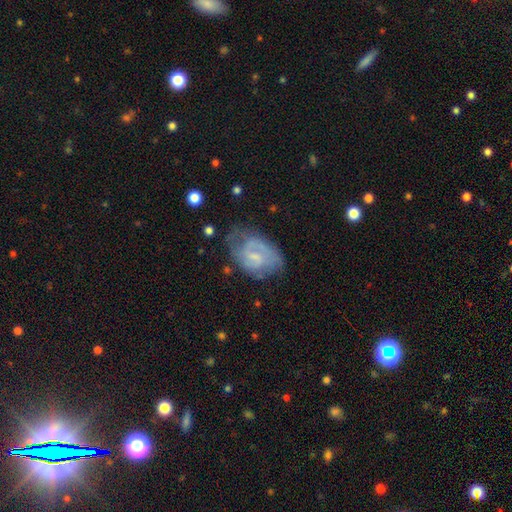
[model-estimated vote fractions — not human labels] smooth_or_featured: featured or disk (p=0.65) [alt: smooth p=0.27]
disk_edge_on: no (p=0.97) [alt: yes p=0.03]
bar: weak (p=0.52) [alt: no p=0.38]
has_spiral_arms: yes (p=0.80) [alt: no p=0.20]
spiral_winding: medium (p=0.43) [alt: tight p=0.38]
spiral_arm_count: 2 (p=0.53) [alt: can't tell p=0.27]
bulge_size: small (p=0.50) [alt: none p=0.26]
merging: none (p=0.49) [alt: minor disturbance p=0.30]